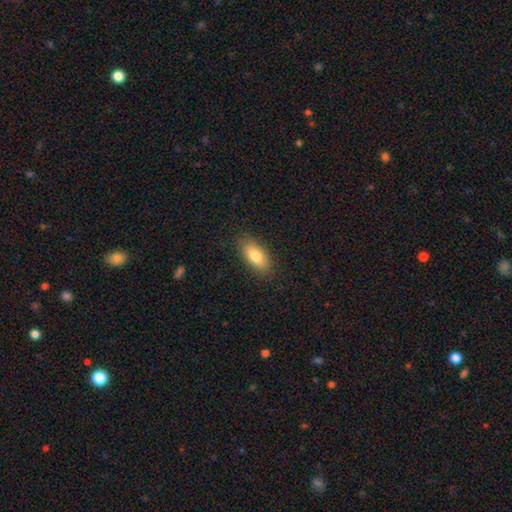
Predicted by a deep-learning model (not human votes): Smooth or featured? Predicted: smooth (p=0.80). How rounded? Predicted: in between (p=0.86). Merging? Predicted: none (p=0.86).